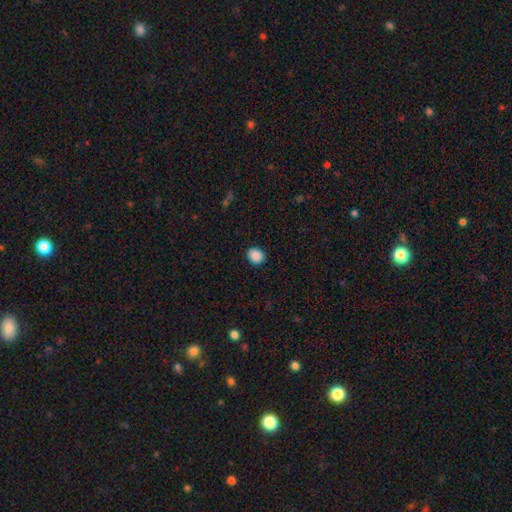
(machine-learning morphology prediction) This is clearly a smooth galaxy (89%). How rounded: possibly round (59%). Merging: clearly none (89%).